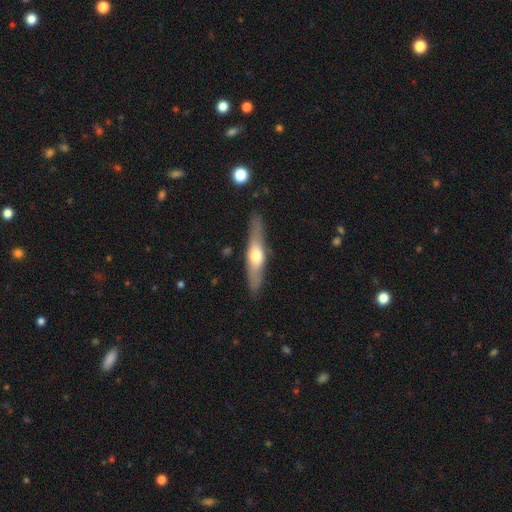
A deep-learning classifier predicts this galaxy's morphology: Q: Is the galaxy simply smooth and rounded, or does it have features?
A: featured or disk — 54%.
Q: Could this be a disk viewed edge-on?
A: yes — 87%.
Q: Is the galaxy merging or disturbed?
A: none — 87%.